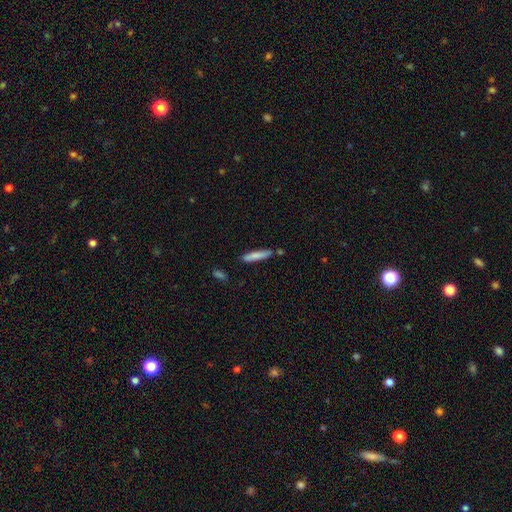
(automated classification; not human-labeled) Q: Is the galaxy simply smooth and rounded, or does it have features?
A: smooth — 78%.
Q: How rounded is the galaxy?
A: cigar-shaped — 89%.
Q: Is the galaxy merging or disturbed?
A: none — 79%.